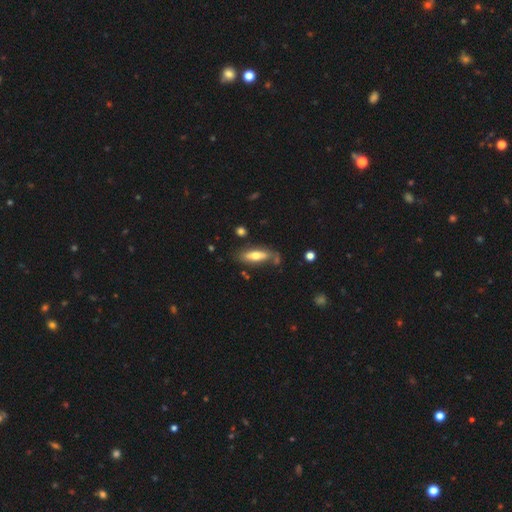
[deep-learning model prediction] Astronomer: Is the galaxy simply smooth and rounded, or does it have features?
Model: smooth — 57% (runner-up: featured or disk, 37%).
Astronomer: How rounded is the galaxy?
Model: in between — 56% (runner-up: cigar-shaped, 42%).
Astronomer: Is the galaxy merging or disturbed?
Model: none — 65%.